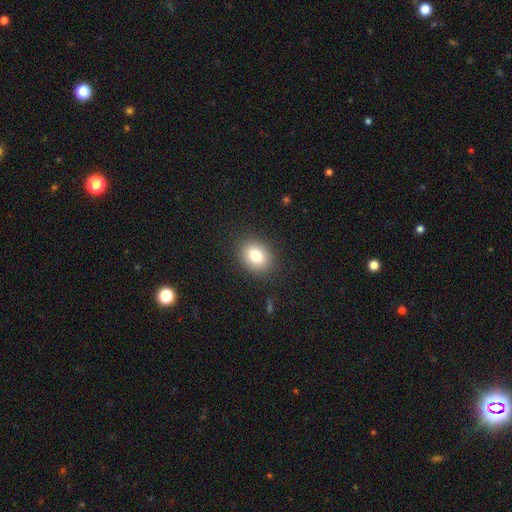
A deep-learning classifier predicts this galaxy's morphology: A smooth galaxy with no disk features (81%) that is round (51%).

Vote fractions:
- Smooth or featured? smooth: 81% / star or artifact: 10% / featured or disk: 9%
- How rounded? round: 51% / in between: 48% / cigar-shaped: 1%
- Merging? none: 88% / minor disturbance: 8% / major disturbance: 3% / merger: 1%